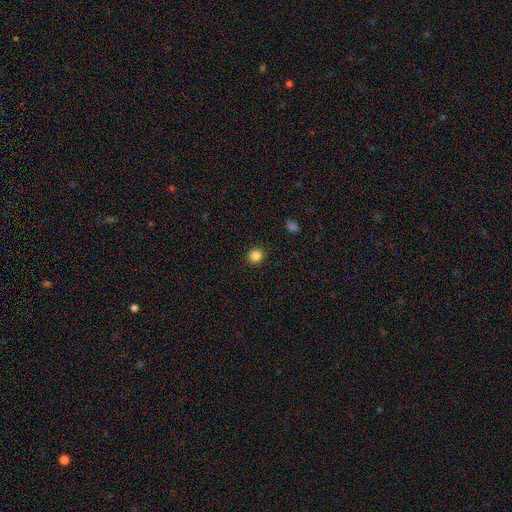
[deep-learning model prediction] This is clearly a smooth galaxy (85%). How rounded: clearly round (92%). Merging: clearly none (92%).